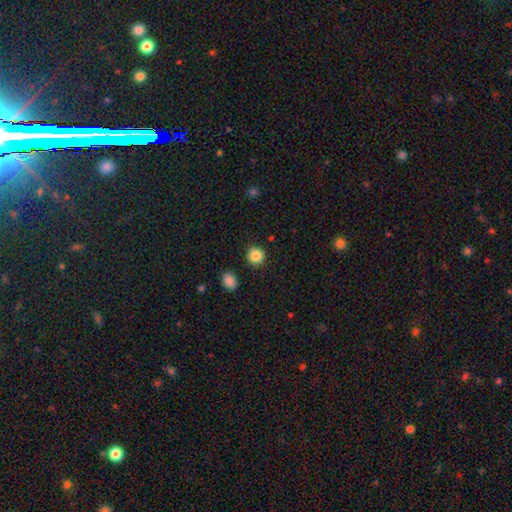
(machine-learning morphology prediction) Overall: smooth (87%). How rounded: round (91%). Merging: none (90%).